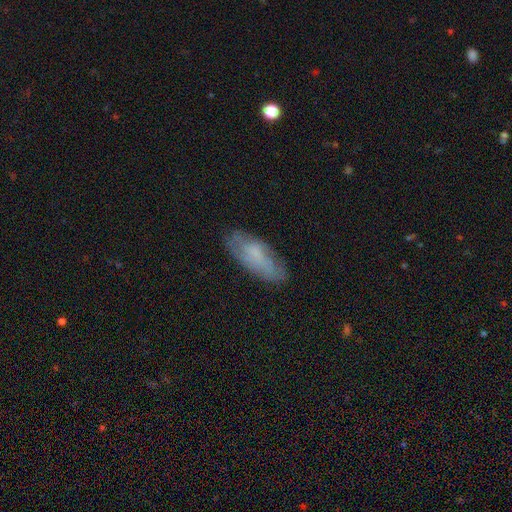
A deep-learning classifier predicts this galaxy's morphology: Smooth or featured: smooth — 56% (featured or disk — 36%)
How rounded: in between — 77% (cigar-shaped — 21%)
Merging: none — 72% (minor disturbance — 21%)